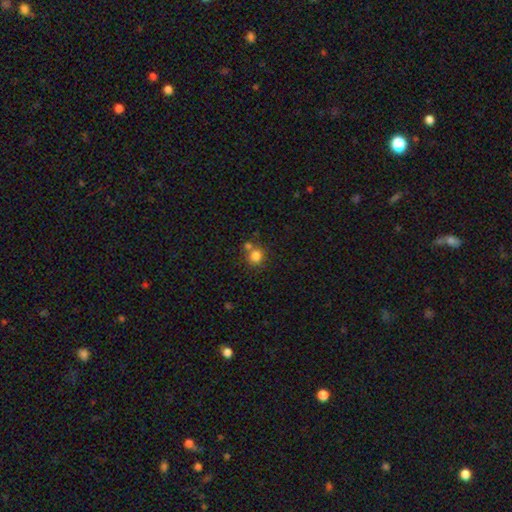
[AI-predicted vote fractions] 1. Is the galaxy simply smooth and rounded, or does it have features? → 81% smooth, 12% star or artifact, 7% featured or disk.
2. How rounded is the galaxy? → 86% round, 13% in between, 1% cigar-shaped.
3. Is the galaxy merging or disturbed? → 59% none, 28% merger, 10% minor disturbance, 4% major disturbance.